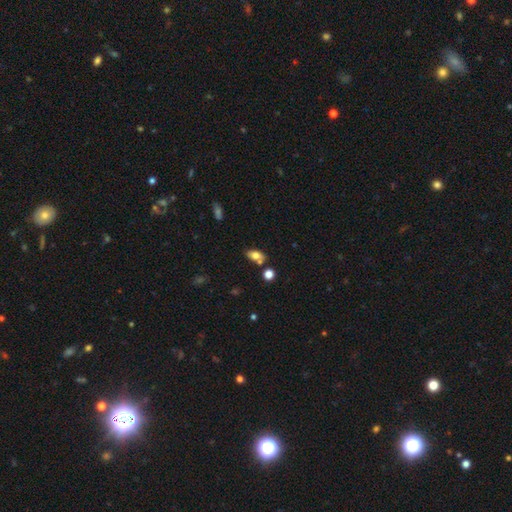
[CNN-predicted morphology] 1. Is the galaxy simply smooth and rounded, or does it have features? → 73% smooth, 17% featured or disk, 10% star or artifact.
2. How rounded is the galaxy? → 85% in between, 8% round, 7% cigar-shaped.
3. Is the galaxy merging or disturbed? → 68% none, 15% merger, 13% minor disturbance, 4% major disturbance.